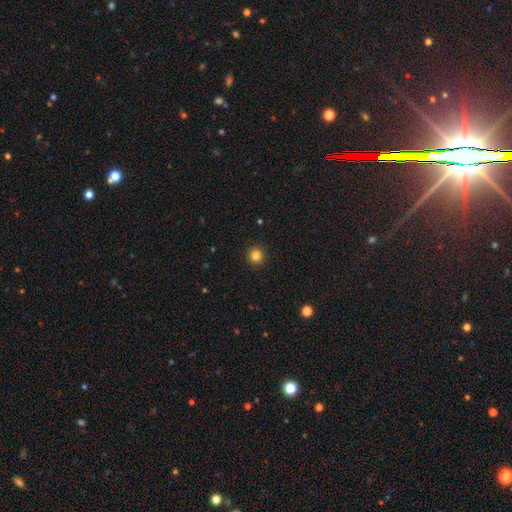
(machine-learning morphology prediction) Q: Smooth or featured?
A: smooth (84%); runner-up: star or artifact (12%)
Q: How rounded?
A: round (94%); runner-up: in between (5%)
Q: Merging?
A: none (93%); runner-up: minor disturbance (5%)